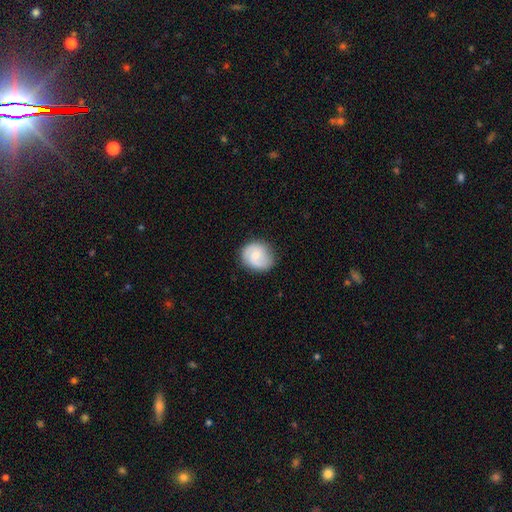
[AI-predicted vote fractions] This is possibly a featured or disk galaxy (48%). Merging: likely none (79%).